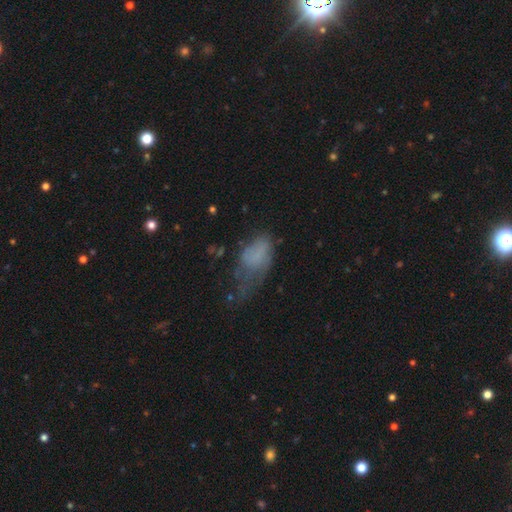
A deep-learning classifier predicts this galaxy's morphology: smooth-or-featured: smooth: 62% | featured or disk: 25% | star or artifact: 13%
  how-rounded: in between: 90% | round: 6% | cigar-shaped: 4%
  merging: major disturbance: 50% | minor disturbance: 26% | none: 19% | merger: 4%